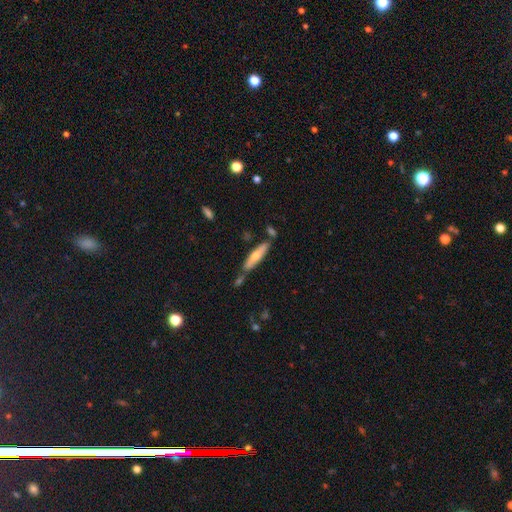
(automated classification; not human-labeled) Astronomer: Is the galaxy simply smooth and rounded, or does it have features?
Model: smooth — 60%.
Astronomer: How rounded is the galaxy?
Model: cigar-shaped — 77%.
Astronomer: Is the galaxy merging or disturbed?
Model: none — 65%.